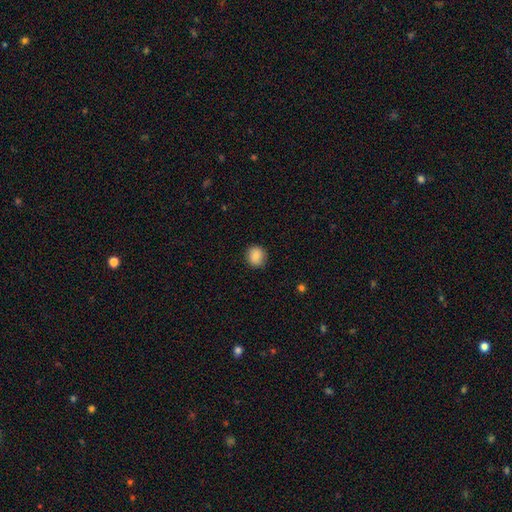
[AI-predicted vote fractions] Smooth or featured?
  - smooth: 87% *
  - star or artifact: 8%
  - featured or disk: 4%
How rounded?
  - round: 84% *
  - in between: 15%
  - cigar-shaped: 1%
Merging?
  - none: 88% *
  - minor disturbance: 8%
  - major disturbance: 2%
  - merger: 1%